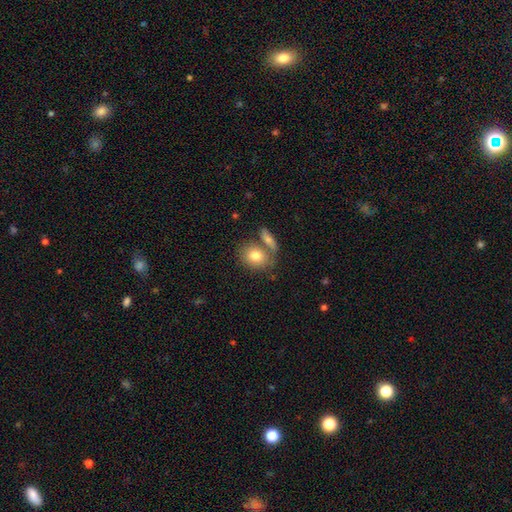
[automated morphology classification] Q: Smooth or featured?
A: smooth (78%); runner-up: featured or disk (15%)
Q: How rounded?
A: round (51%); runner-up: in between (47%)
Q: Merging?
A: none (51%); runner-up: merger (34%)